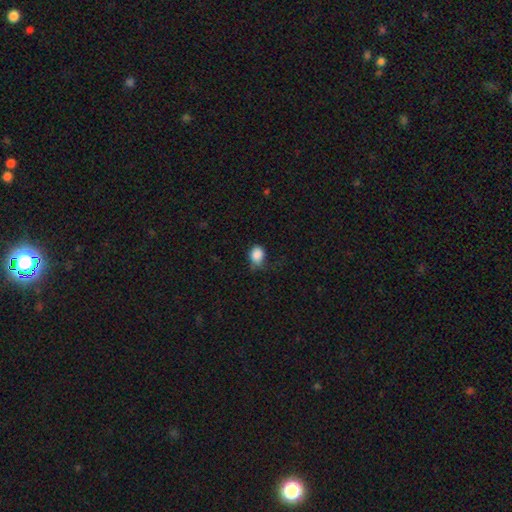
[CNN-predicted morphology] This is clearly a smooth galaxy (87%). How rounded: possibly in between (55%). Merging: possibly none (51%).